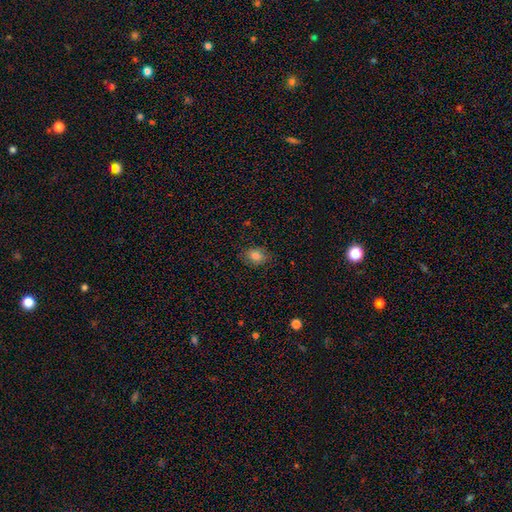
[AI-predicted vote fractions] Morphology: type=smooth (81%); roundness=in between (63%); merging=none (83%).